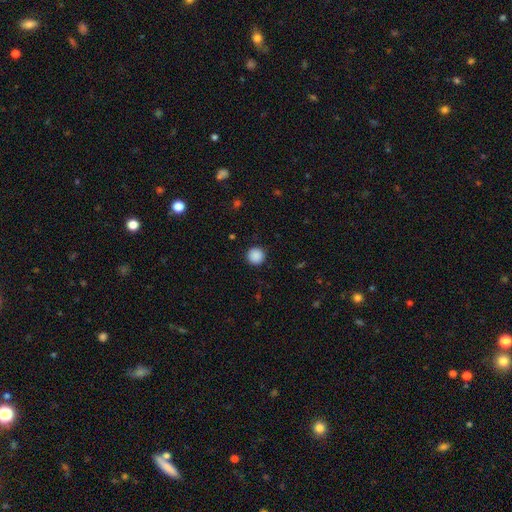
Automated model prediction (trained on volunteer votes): smooth 89%, star or artifact 9%, featured or disk 2%. Down the decision tree: how rounded — round (96%); merging — none (92%).